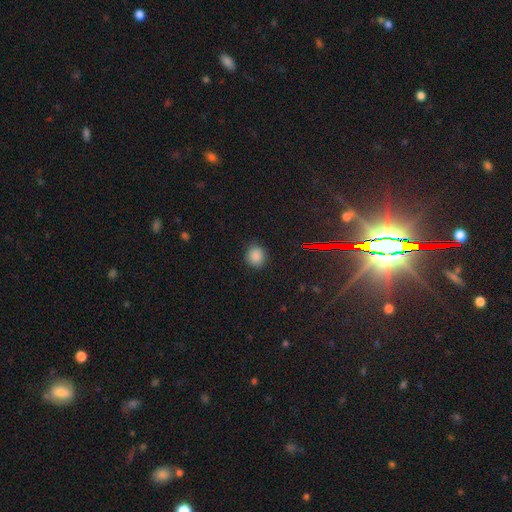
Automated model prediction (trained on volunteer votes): smooth_or_featured: smooth (p=0.84) [alt: star or artifact p=0.12]
how_rounded: round (p=0.83) [alt: in between p=0.16]
merging: none (p=0.86) [alt: minor disturbance p=0.10]